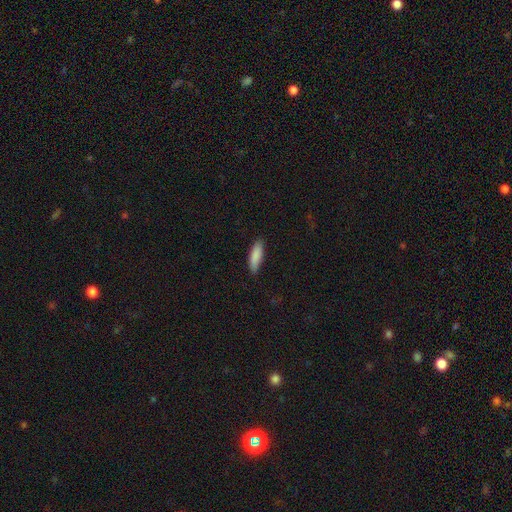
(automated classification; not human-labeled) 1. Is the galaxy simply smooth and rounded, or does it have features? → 88% smooth, 6% featured or disk, 6% star or artifact.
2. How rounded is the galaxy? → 50% cigar-shaped, 49% in between, 1% round.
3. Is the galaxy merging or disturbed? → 86% none, 11% minor disturbance, 2% major disturbance, 1% merger.